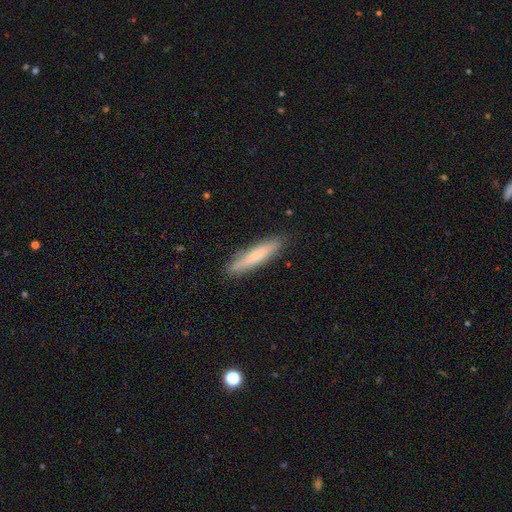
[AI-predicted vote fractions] This appears to be a smooth galaxy with no disk features (69%) that is cigar-shaped (90%). Merging: none (86%).